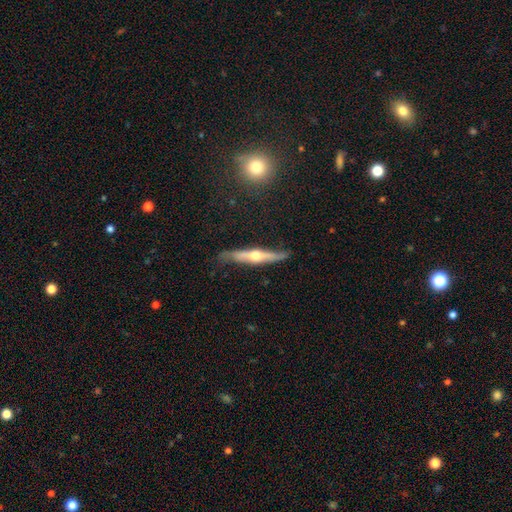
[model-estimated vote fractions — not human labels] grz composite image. It shows a featured or disk galaxy (69%) viewed edge-on (94%) with a rounded central bulge (92%). Merging: none (78%).